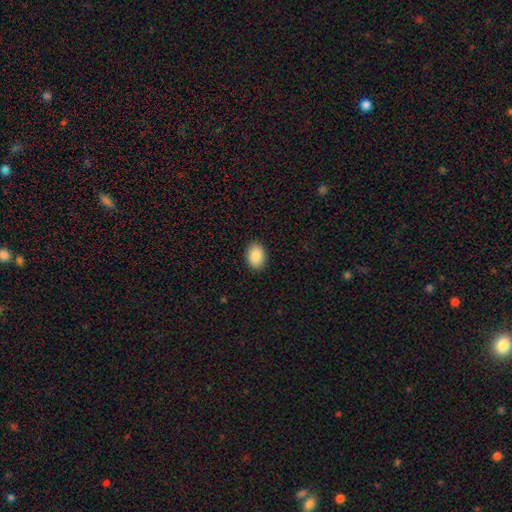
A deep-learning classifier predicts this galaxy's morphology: Smooth or featured? Predicted: smooth (p=0.88). How rounded? Predicted: in between (p=0.79). Merging? Predicted: none (p=0.91).